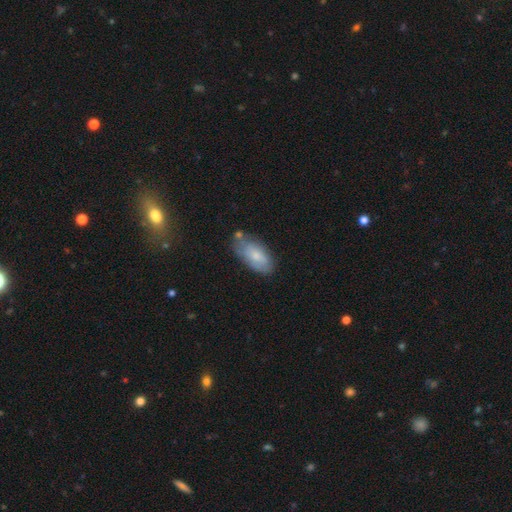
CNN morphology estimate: Overall: smooth (72%). How rounded: in between (91%). Merging: none (62%; minor disturbance 25%).